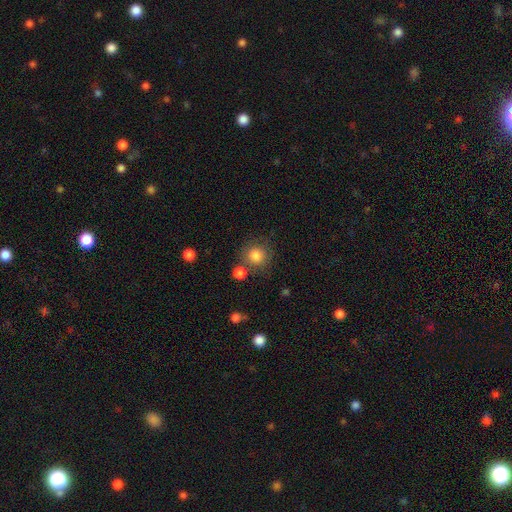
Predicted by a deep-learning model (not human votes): A smooth galaxy with no disk features (84%) that is round (92%). Merging: none (76%).